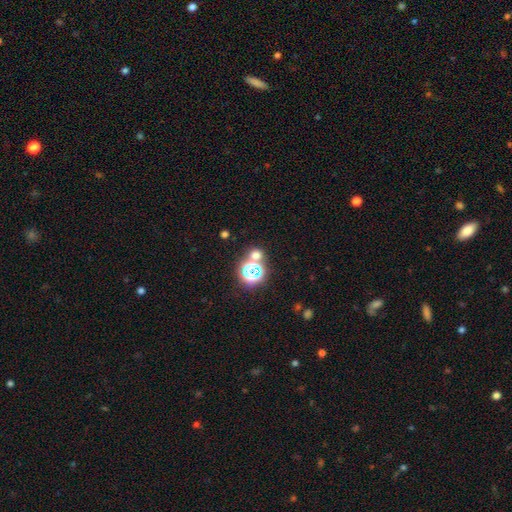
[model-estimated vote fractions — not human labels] Smooth or featured?
  - smooth: 54% *
  - star or artifact: 39%
  - featured or disk: 8%
How rounded?
  - round: 84% *
  - in between: 14%
  - cigar-shaped: 1%
Merging?
  - none: 64% *
  - merger: 26%
  - minor disturbance: 7%
  - major disturbance: 4%